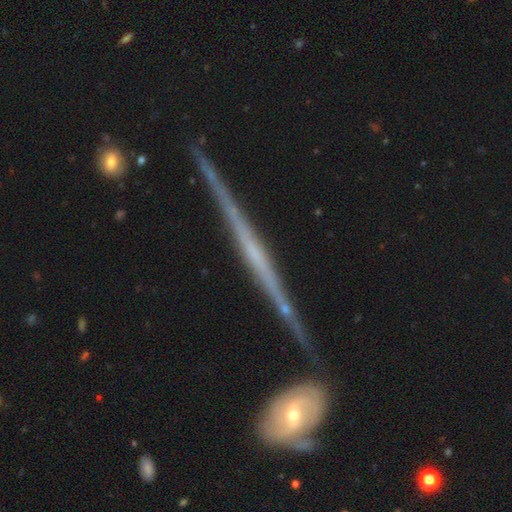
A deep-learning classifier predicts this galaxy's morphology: Smooth or featured: featured or disk — 81% (smooth — 12%)
Edge-on disk: yes — 97% (no — 3%)
Edge-on bulge: none — 59% (rounded — 24%)
Merging: none — 80% (minor disturbance — 13%)